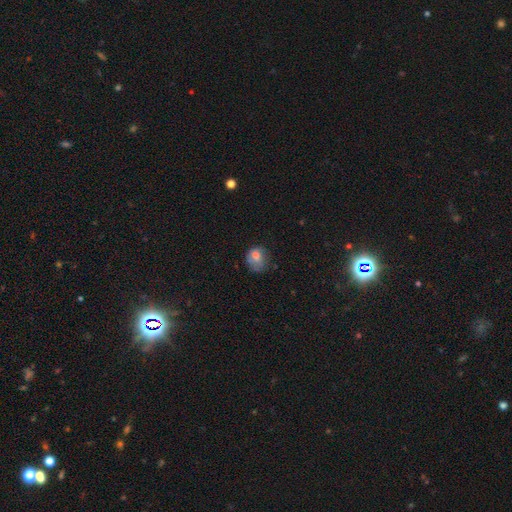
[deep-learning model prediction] A smooth galaxy with no disk features (72%) that is round (64%). Merging: none (45%).